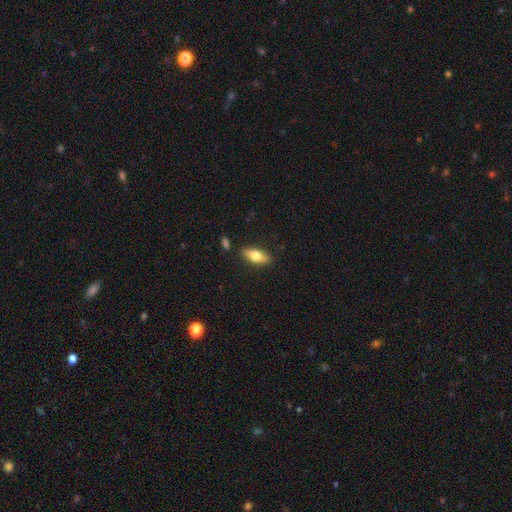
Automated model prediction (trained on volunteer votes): This is likely a smooth galaxy (72%). How rounded: likely in between (77%). Merging: clearly none (85%).